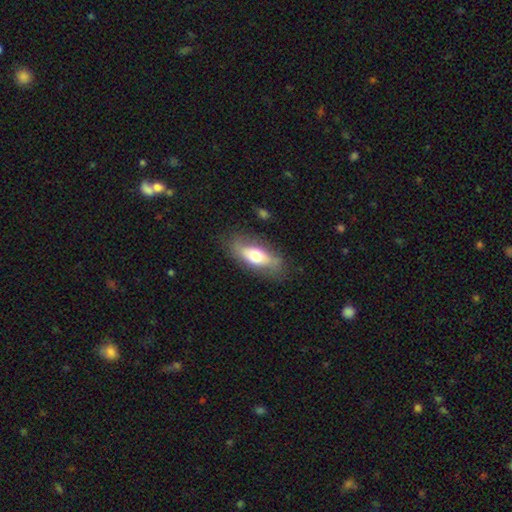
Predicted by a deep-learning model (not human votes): smooth-or-featured: smooth: 59% | featured or disk: 34% | star or artifact: 7%
  how-rounded: in between: 73% | cigar-shaped: 23% | round: 4%
  merging: none: 76% | minor disturbance: 17% | major disturbance: 5% | merger: 2%